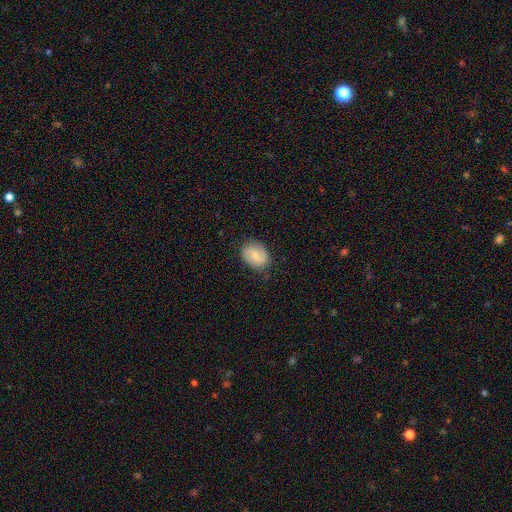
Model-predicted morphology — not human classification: The model was most divided on "how rounded": in between: 62%, round: 37%, cigar-shaped: 1%. More confident: merging — none (77%); smooth or featured — smooth (65%).